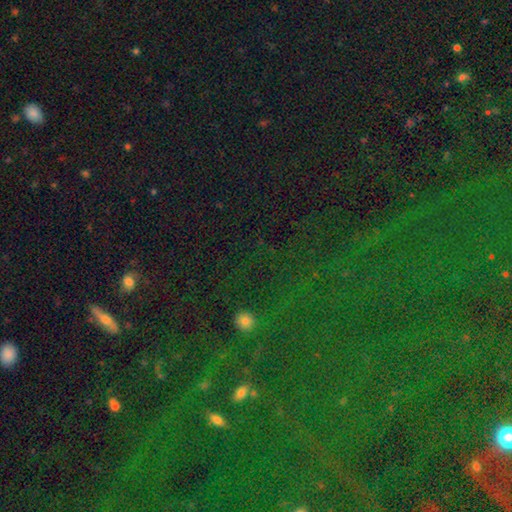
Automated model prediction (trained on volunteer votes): This is clearly a star or artifact rather than a galaxy (81%).